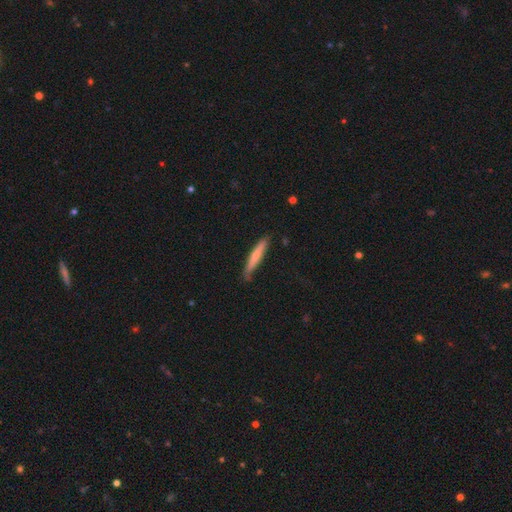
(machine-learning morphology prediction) smooth-or-featured: smooth: 64% | featured or disk: 31% | star or artifact: 5%
  how-rounded: cigar-shaped: 93% | in between: 6% | round: 1%
  merging: none: 75% | minor disturbance: 20% | major disturbance: 3% | merger: 2%